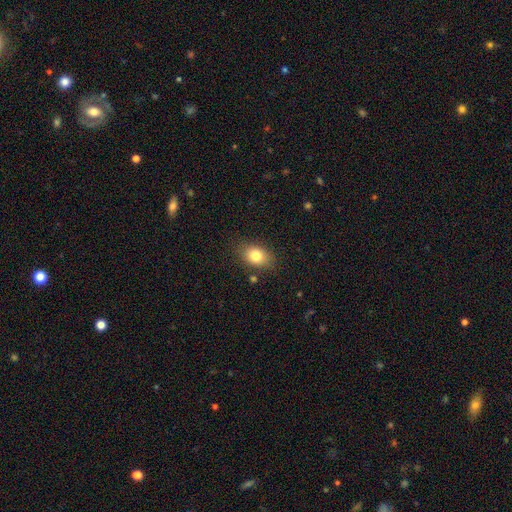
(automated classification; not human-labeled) Smooth or featured?
  - smooth: 80% *
  - featured or disk: 10%
  - star or artifact: 10%
How rounded?
  - in between: 76% *
  - round: 23%
  - cigar-shaped: 1%
Merging?
  - none: 82% *
  - minor disturbance: 13%
  - major disturbance: 3%
  - merger: 2%